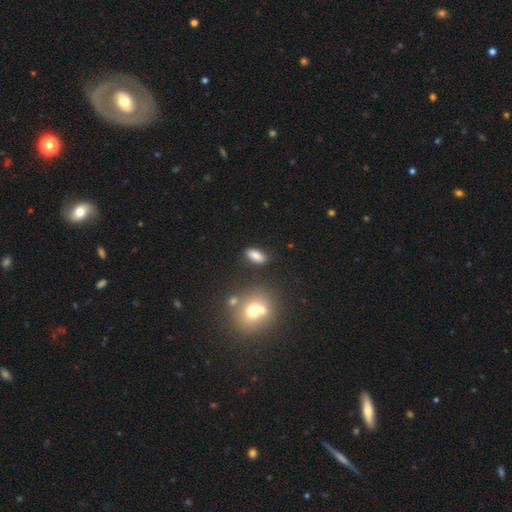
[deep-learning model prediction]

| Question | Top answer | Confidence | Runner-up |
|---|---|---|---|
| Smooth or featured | smooth | 81% | star or artifact (10%) |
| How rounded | in between | 82% | cigar-shaped (13%) |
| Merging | none | 85% | minor disturbance (9%) |